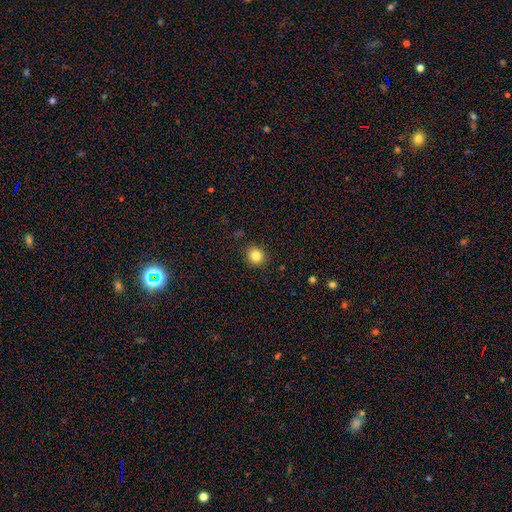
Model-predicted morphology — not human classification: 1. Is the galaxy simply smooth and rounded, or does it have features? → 84% smooth, 10% star or artifact, 6% featured or disk.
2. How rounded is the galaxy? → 80% round, 19% in between, 1% cigar-shaped.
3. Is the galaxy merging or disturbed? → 89% none, 8% minor disturbance, 2% major disturbance, 1% merger.